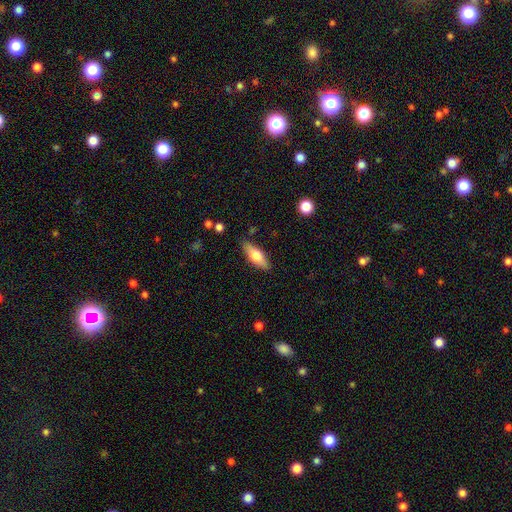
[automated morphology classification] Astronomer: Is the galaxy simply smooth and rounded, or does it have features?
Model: smooth — 64%.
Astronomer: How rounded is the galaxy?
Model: in between — 68%.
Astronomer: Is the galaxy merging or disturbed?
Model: none — 84%.